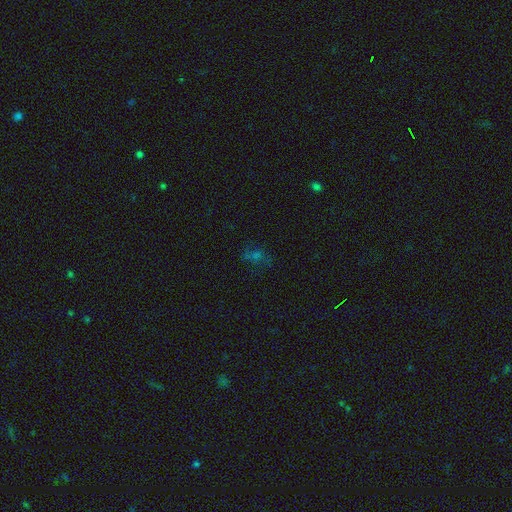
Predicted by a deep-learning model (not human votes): Smooth or featured? star or artifact (43%)